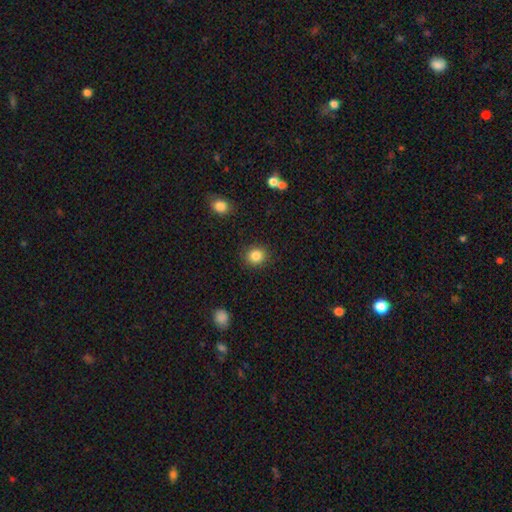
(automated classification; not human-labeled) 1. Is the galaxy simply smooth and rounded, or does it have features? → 86% smooth, 10% star or artifact, 5% featured or disk.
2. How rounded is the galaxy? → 84% round, 15% in between, 1% cigar-shaped.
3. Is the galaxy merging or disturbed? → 89% none, 7% minor disturbance, 2% major disturbance, 1% merger.